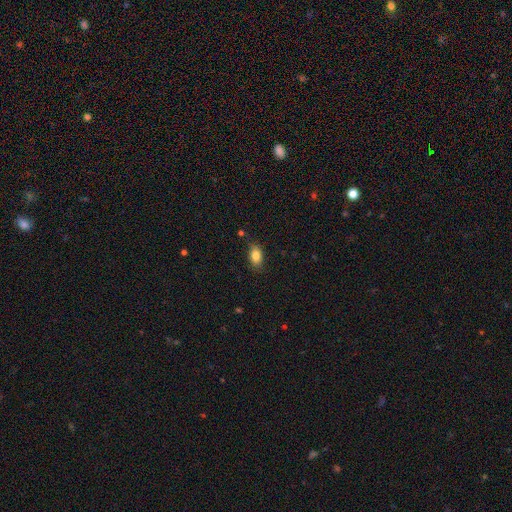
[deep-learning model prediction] Smooth or featured?
  - smooth: 83% *
  - star or artifact: 9%
  - featured or disk: 9%
How rounded?
  - in between: 86% *
  - round: 11%
  - cigar-shaped: 3%
Merging?
  - none: 81% *
  - minor disturbance: 14%
  - major disturbance: 3%
  - merger: 2%